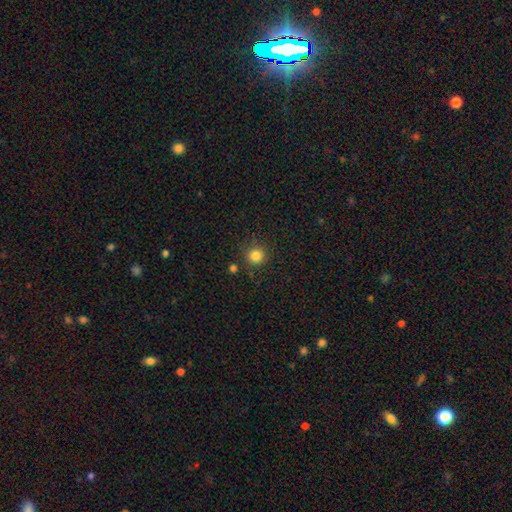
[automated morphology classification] smooth-or-featured: smooth: 84% | star or artifact: 12% | featured or disk: 4%
  how-rounded: round: 93% | in between: 6% | cigar-shaped: 1%
  merging: none: 84% | minor disturbance: 9% | merger: 4% | major disturbance: 3%